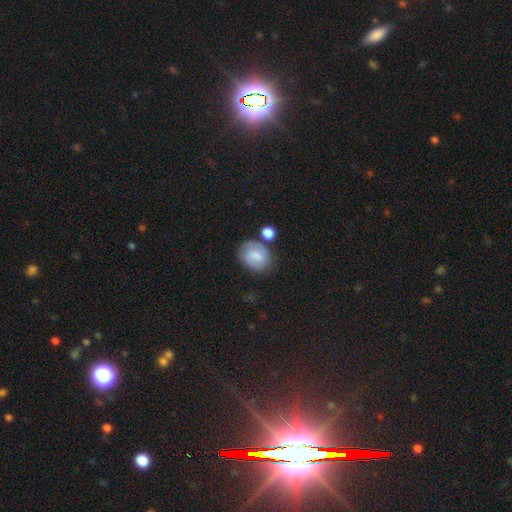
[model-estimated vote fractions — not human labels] Smooth or featured: smooth — 61% (featured or disk — 30%)
How rounded: in between — 55% (round — 44%)
Merging: none — 62% (minor disturbance — 20%)